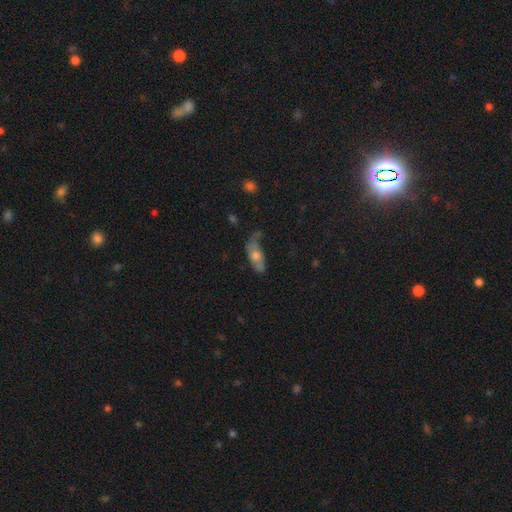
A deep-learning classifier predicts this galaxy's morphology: A smooth galaxy with no disk features (54%) that is in between round and cigar-shaped (73%).

Vote fractions:
- Smooth or featured? smooth: 54% / featured or disk: 37% / star or artifact: 9%
- How rounded? in between: 73% / cigar-shaped: 22% / round: 4%
- Merging? none: 34% / minor disturbance: 32% / major disturbance: 29% / merger: 5%